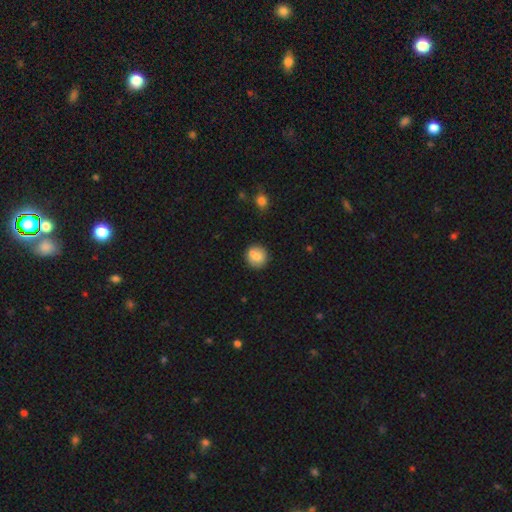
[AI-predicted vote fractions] smooth_or_featured: smooth (p=0.76) [alt: featured or disk p=0.17]
how_rounded: round (p=0.80) [alt: in between p=0.18]
merging: none (p=0.69) [alt: minor disturbance p=0.14]